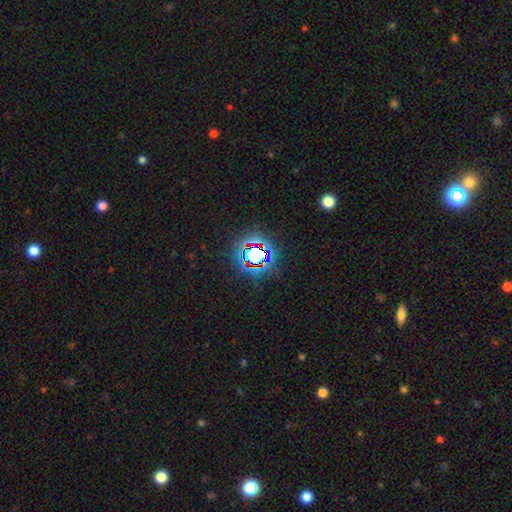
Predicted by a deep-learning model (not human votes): Smooth or featured?
  - star or artifact: 70% *
  - smooth: 20%
  - featured or disk: 10%